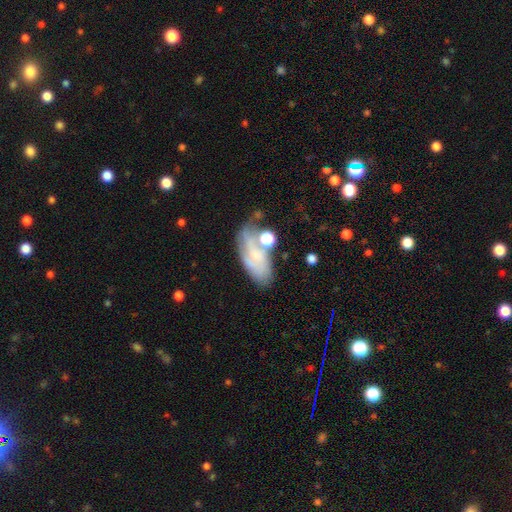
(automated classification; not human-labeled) A featured or disk galaxy (51%). Merging: none (44%).